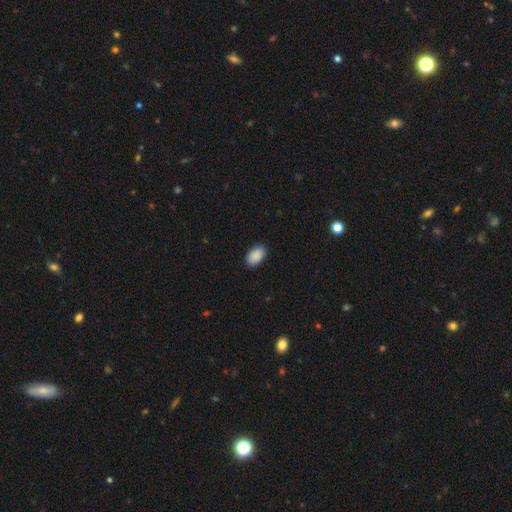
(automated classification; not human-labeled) Smooth or featured? Predicted: smooth (p=0.91). How rounded? Predicted: in between (p=0.93). Merging? Predicted: none (p=0.89).